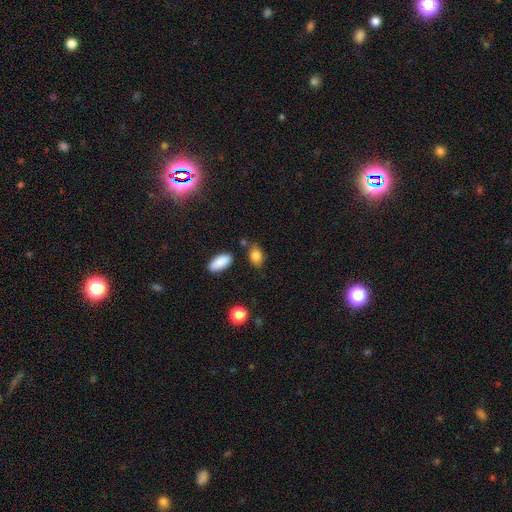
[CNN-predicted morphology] smooth-or-featured: smooth: 85% | star or artifact: 9% | featured or disk: 6%
  how-rounded: in between: 82% | round: 16% | cigar-shaped: 2%
  merging: none: 71% | minor disturbance: 17% | merger: 7% | major disturbance: 4%